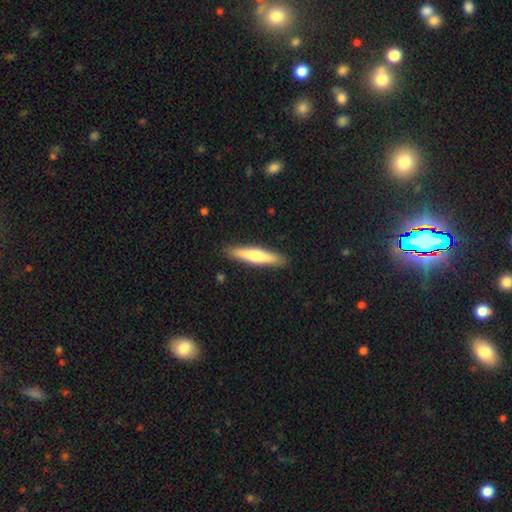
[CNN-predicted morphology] This is likely a smooth galaxy (63%). How rounded: clearly cigar-shaped (88%). Merging: clearly none (90%).